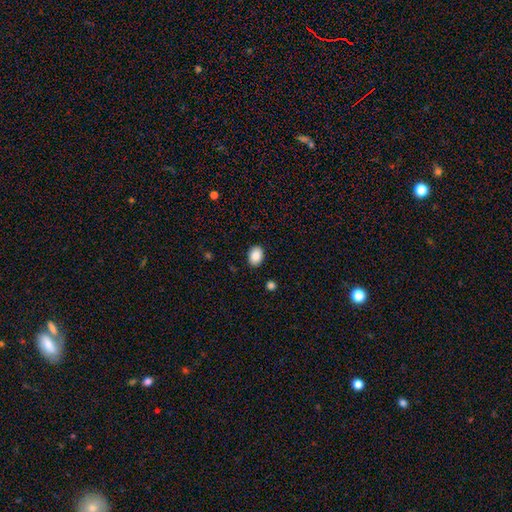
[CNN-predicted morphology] Smooth or featured? Predicted: smooth (p=0.89). How rounded? Predicted: in between (p=0.76). Merging? Predicted: none (p=0.88).